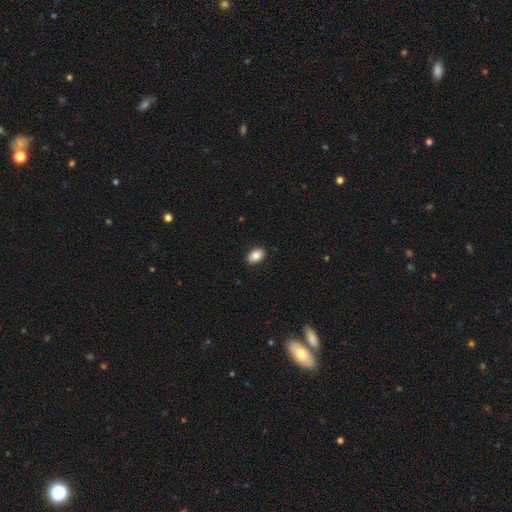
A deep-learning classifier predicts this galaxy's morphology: type=smooth (85%); roundness=in between (88%); merging=none (90%).